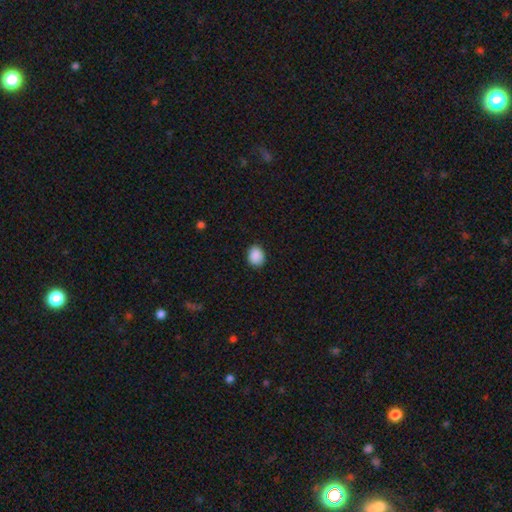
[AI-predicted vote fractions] Smooth or featured? smooth (90%)
How rounded? in between (50%)
Merging? none (87%)